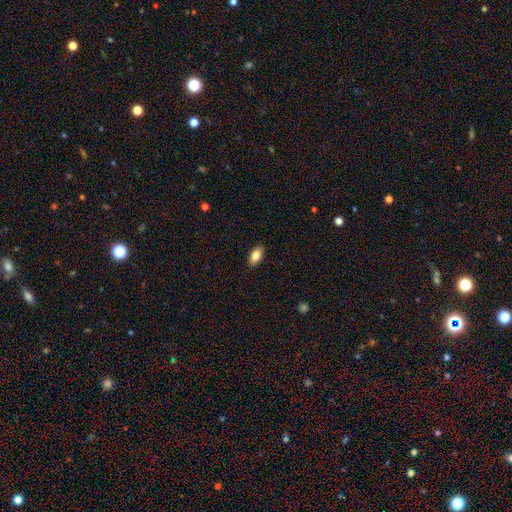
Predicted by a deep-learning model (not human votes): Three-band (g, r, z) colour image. It shows a smooth galaxy with no disk features (85%) that is in between round and cigar-shaped (90%). Merging: none (89%).